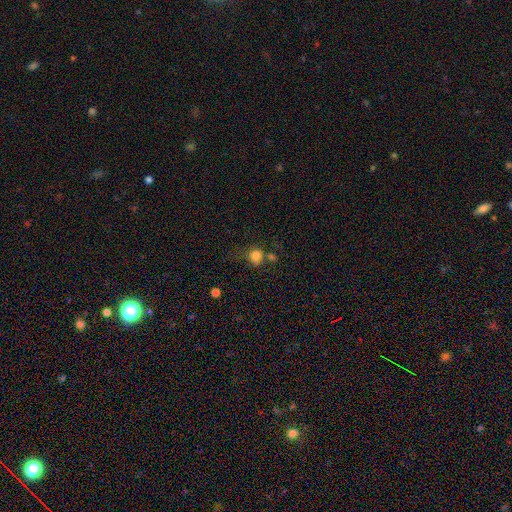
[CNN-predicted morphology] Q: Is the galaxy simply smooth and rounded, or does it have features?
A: smooth — 78%.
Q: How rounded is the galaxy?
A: round — 79%.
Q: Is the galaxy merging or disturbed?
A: none — 51%.